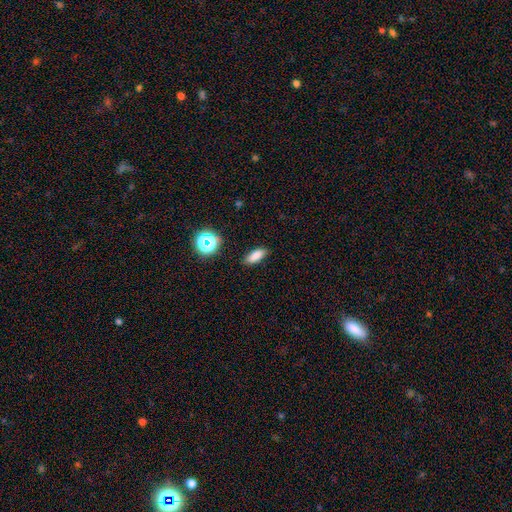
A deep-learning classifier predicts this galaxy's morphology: This is likely a smooth galaxy (79%). How rounded: likely in between (67%). Merging: clearly none (86%).